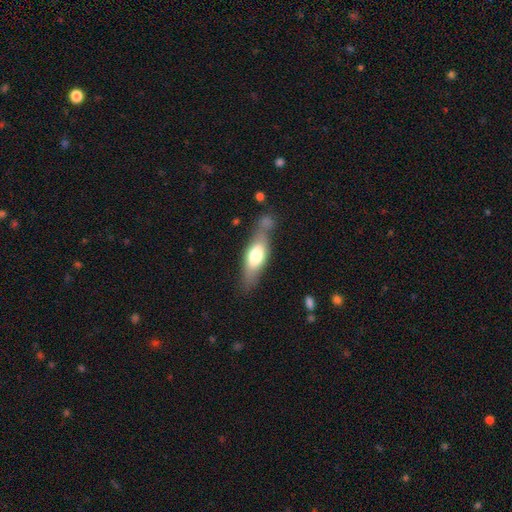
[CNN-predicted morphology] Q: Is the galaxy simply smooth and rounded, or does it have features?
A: smooth — 59%.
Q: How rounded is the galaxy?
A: in between — 57%.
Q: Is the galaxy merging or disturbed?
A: none — 62%.